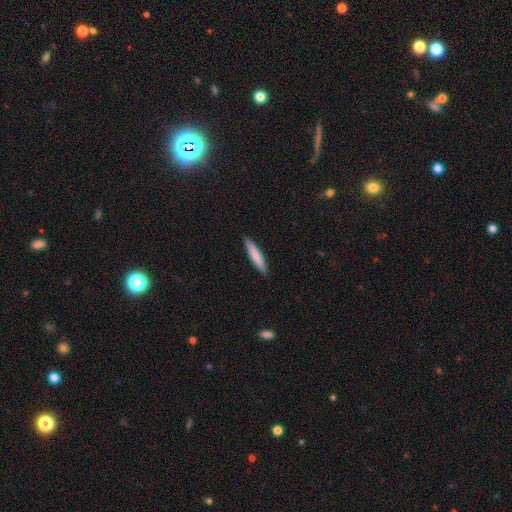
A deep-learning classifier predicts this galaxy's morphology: smooth_or_featured: smooth (p=0.79) [alt: featured or disk p=0.16]
how_rounded: cigar-shaped (p=0.91) [alt: in between p=0.08]
merging: none (p=0.90) [alt: minor disturbance p=0.07]